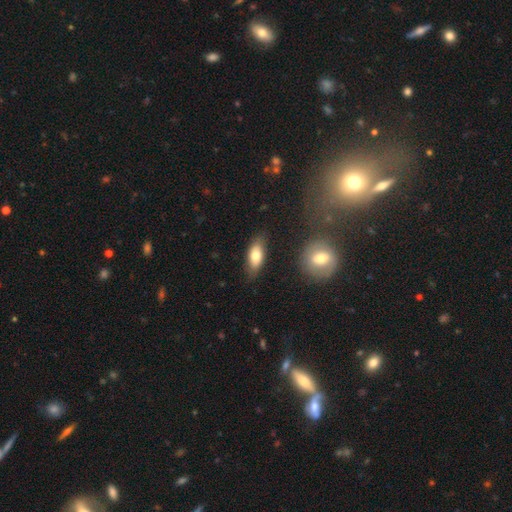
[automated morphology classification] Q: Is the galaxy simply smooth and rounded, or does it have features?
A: smooth — 74%.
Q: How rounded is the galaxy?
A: in between — 82%.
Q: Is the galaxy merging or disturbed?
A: none — 81%.